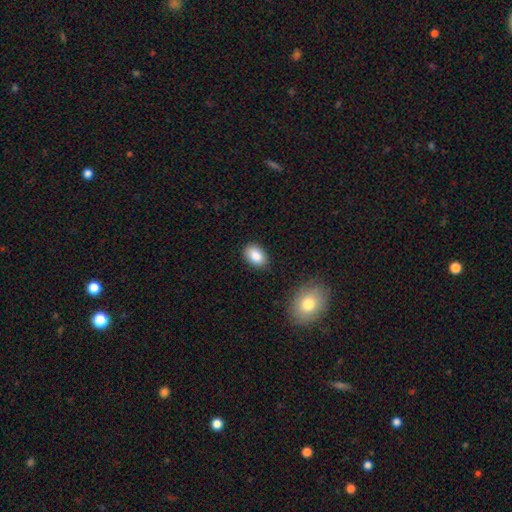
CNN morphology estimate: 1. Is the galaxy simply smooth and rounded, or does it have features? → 86% smooth, 8% star or artifact, 6% featured or disk.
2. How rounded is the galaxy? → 85% in between, 14% round, 1% cigar-shaped.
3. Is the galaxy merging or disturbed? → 85% none, 11% minor disturbance, 2% major disturbance, 2% merger.